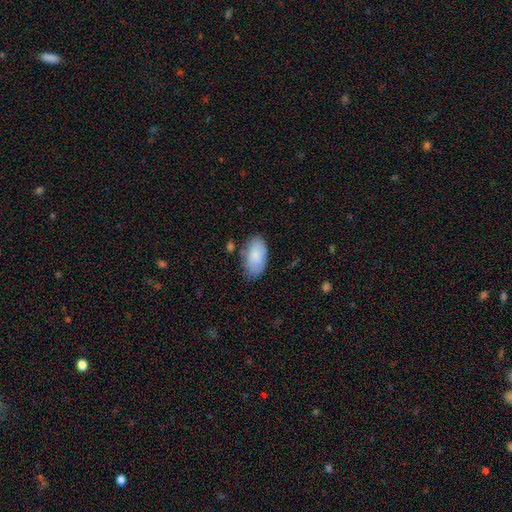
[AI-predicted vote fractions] The model was most divided on "merging": none: 72%, minor disturbance: 20%, major disturbance: 4%, merger: 4%. More confident: how rounded — in between (95%); smooth or featured — smooth (85%).